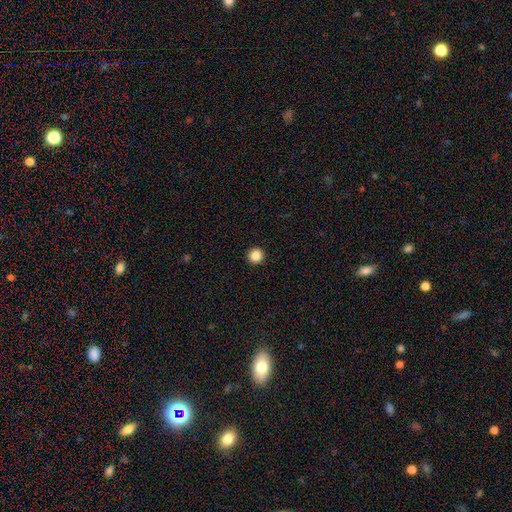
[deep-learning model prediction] Overall: smooth (86%). How rounded: round (96%). Merging: none (94%).